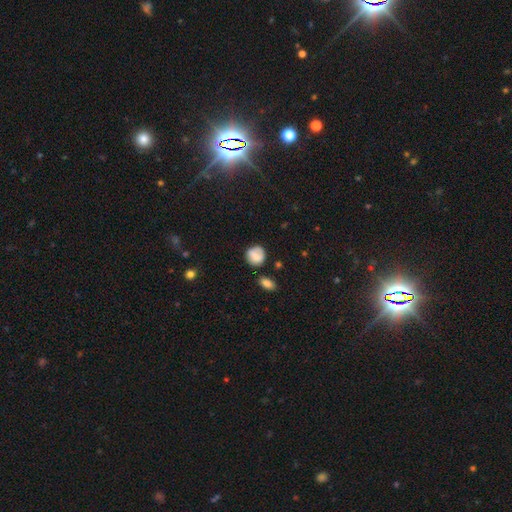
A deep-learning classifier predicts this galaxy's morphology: smooth-or-featured: smooth: 75% | featured or disk: 16% | star or artifact: 9%
  how-rounded: round: 79% | in between: 19% | cigar-shaped: 1%
  merging: none: 65% | minor disturbance: 22% | major disturbance: 6% | merger: 6%